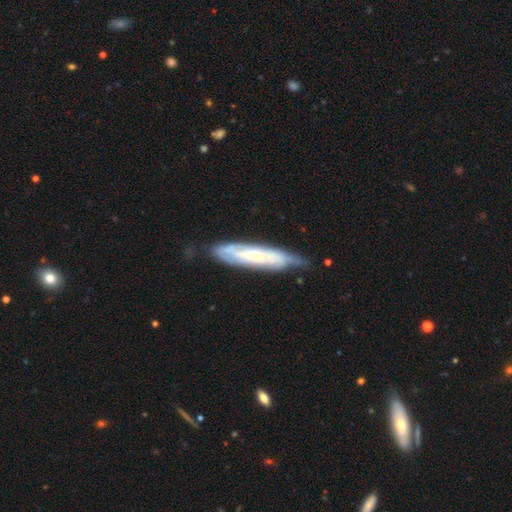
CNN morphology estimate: Smooth or featured?
  - featured or disk: 68% *
  - smooth: 26%
  - star or artifact: 6%
Edge-on disk?
  - no: 58% *
  - yes: 42%
Merging?
  - none: 68% *
  - minor disturbance: 25%
  - major disturbance: 6%
  - merger: 2%